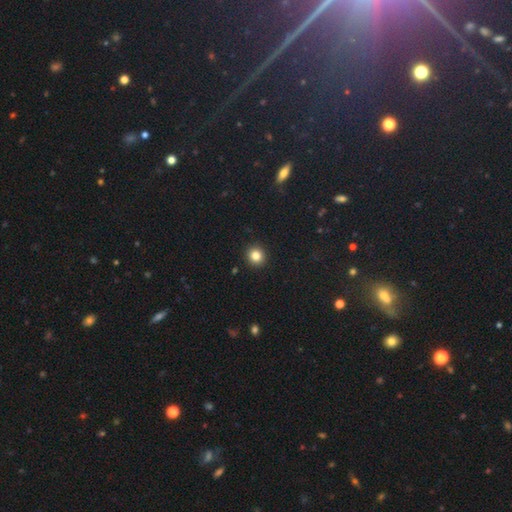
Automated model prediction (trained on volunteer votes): This appears to be a smooth galaxy with no disk features (83%) that is round (91%). Merging: none (93%).